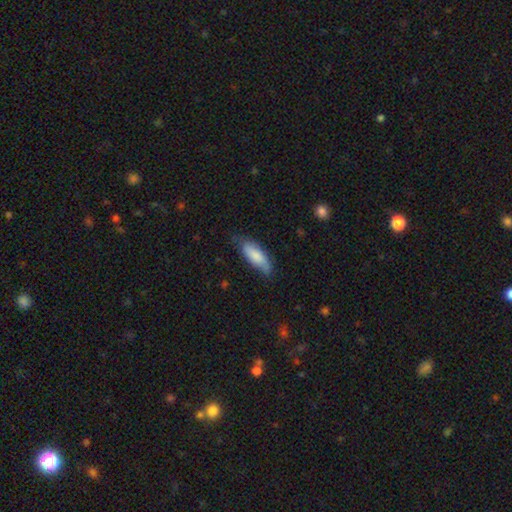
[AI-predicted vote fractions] smooth_or_featured: smooth (p=0.78) [alt: featured or disk p=0.17]
how_rounded: in between (p=0.68) [alt: cigar-shaped p=0.30]
merging: none (p=0.65) [alt: minor disturbance p=0.28]